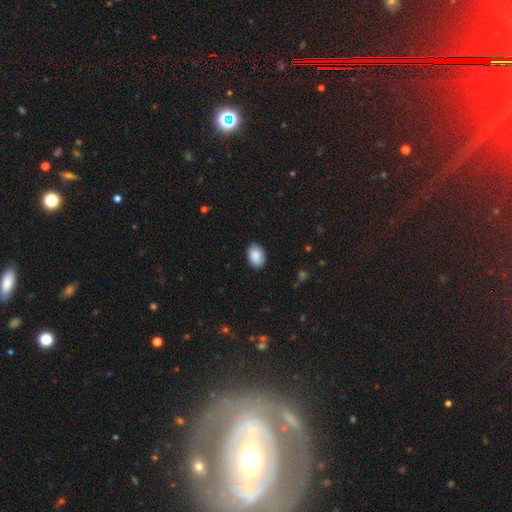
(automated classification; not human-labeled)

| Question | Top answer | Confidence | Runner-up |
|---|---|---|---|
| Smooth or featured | smooth | 89% | star or artifact (6%) |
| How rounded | in between | 81% | round (18%) |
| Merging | none | 86% | minor disturbance (11%) |